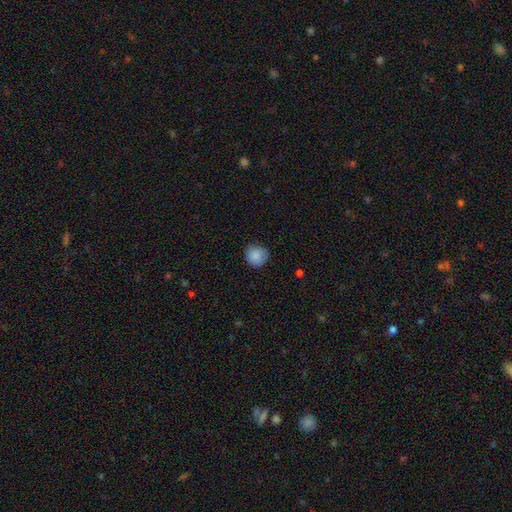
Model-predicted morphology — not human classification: A smooth galaxy with no disk features (87%) that is round (90%).

Vote fractions:
- Smooth or featured? smooth: 87% / star or artifact: 8% / featured or disk: 5%
- How rounded? round: 90% / in between: 9% / cigar-shaped: 1%
- Merging? none: 78% / minor disturbance: 18% / major disturbance: 3% / merger: 1%